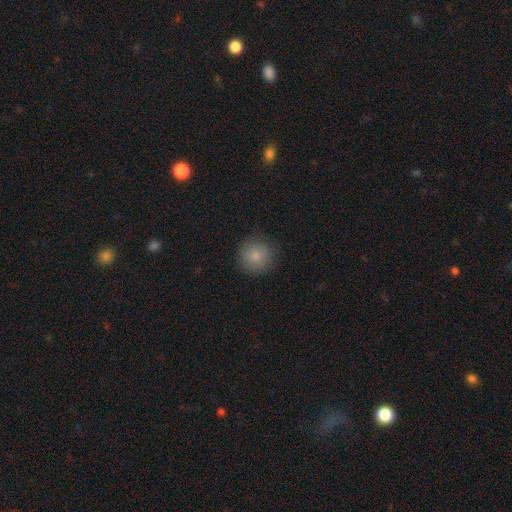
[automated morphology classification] type=smooth (86%); roundness=round (94%); merging=none (87%).